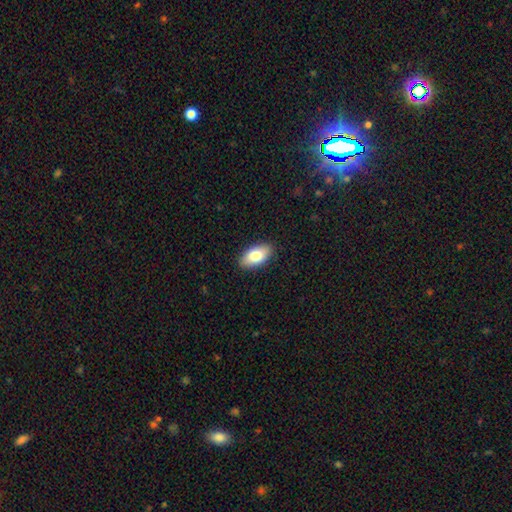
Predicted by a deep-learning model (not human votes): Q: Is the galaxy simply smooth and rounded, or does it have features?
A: smooth — 79%.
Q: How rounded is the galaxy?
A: in between — 93%.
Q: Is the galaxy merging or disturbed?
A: none — 88%.